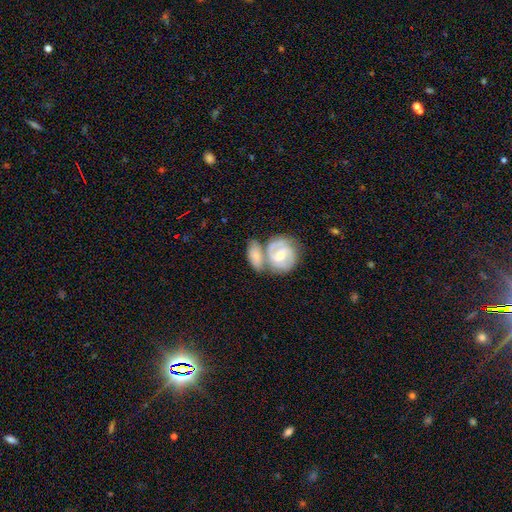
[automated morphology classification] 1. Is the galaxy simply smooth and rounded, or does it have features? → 56% featured or disk, 39% smooth, 6% star or artifact.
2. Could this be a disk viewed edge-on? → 94% no, 6% yes.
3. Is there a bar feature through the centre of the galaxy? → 45% no, 41% weak, 13% strong.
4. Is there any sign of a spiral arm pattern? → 84% yes, 16% no.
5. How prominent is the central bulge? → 53% moderate, 41% small, 3% large, 2% none, 1% dominant.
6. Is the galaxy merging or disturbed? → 48% merger, 34% none, 13% minor disturbance, 5% major disturbance.